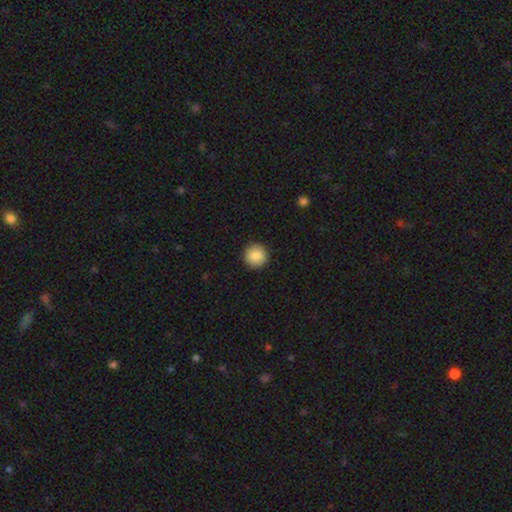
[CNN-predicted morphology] A smooth galaxy with no disk features (88%) that is round (94%).

Vote fractions:
- Smooth or featured? smooth: 88% / star or artifact: 7% / featured or disk: 5%
- How rounded? round: 94% / in between: 5% / cigar-shaped: 1%
- Merging? none: 92% / minor disturbance: 5% / major disturbance: 2% / merger: 1%